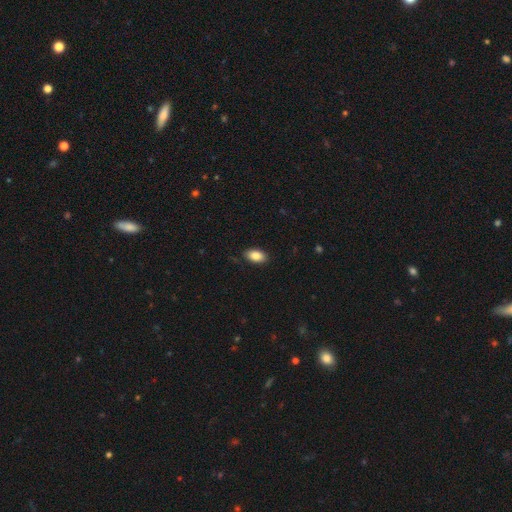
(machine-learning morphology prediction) Smooth or featured? smooth (86%)
How rounded? in between (93%)
Merging? none (86%)